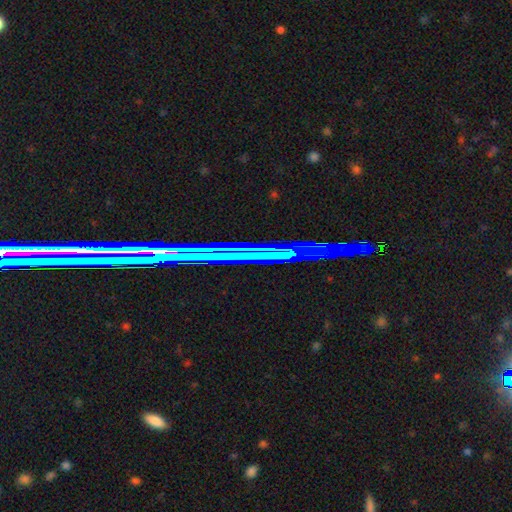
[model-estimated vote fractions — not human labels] Overall: star or artifact (62%; featured or disk 26%).